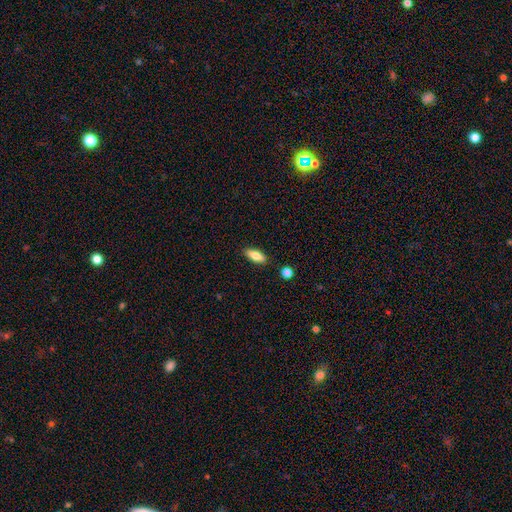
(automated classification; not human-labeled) Overall: smooth (76%). How rounded: in between (74%). Merging: none (88%).